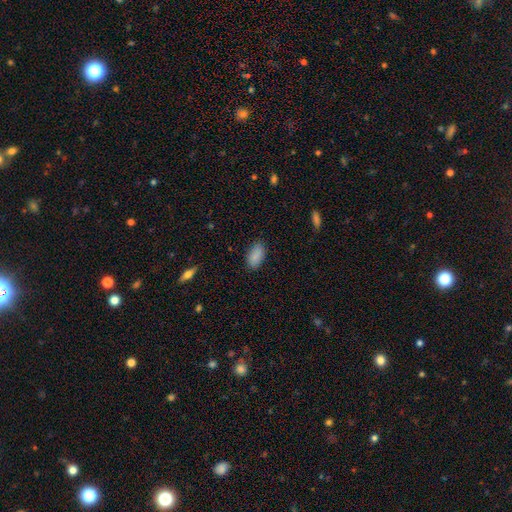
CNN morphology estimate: smooth 88%, star or artifact 7%, featured or disk 4%. Down the decision tree: how rounded — in between (93%); merging — none (84%).